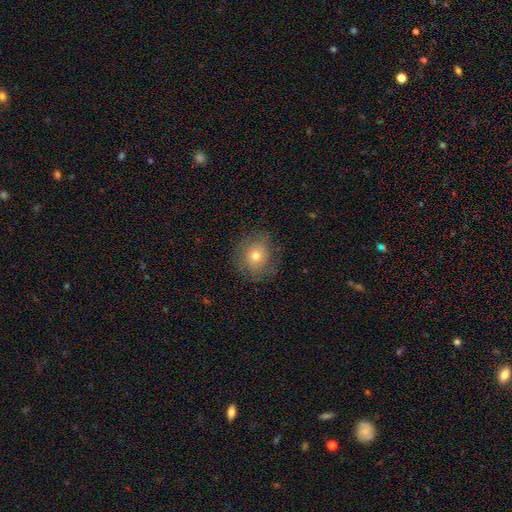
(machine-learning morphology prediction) Smooth or featured: smooth — 67% (featured or disk — 20%)
How rounded: round — 84% (in between — 15%)
Merging: none — 80% (minor disturbance — 14%)